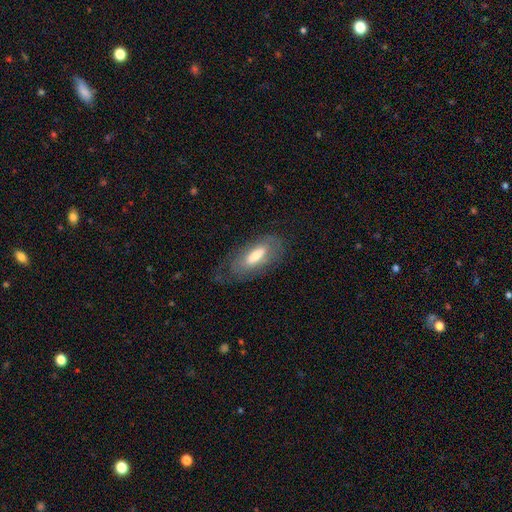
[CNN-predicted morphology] type=smooth (52%); roundness=in between (77%); merging=none (64%).